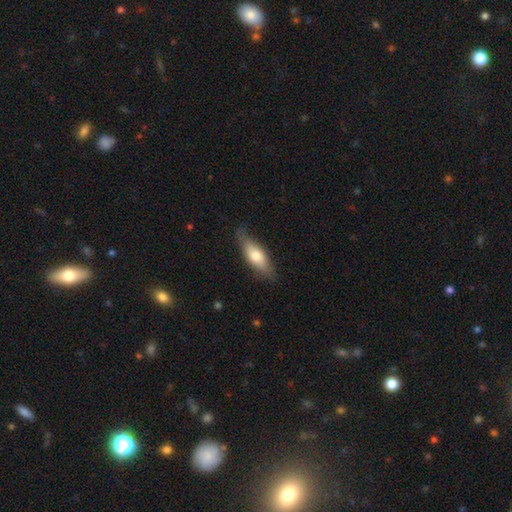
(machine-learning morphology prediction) Q: Smooth or featured?
A: smooth (69%); runner-up: featured or disk (25%)
Q: How rounded?
A: in between (63%); runner-up: cigar-shaped (35%)
Q: Merging?
A: none (75%); runner-up: minor disturbance (20%)